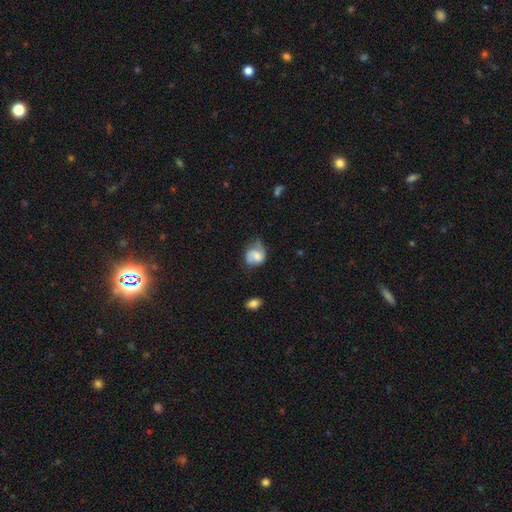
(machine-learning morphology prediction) Smooth or featured?
  - smooth: 48% *
  - featured or disk: 44%
  - star or artifact: 8%
Merging?
  - none: 41% *
  - minor disturbance: 36%
  - major disturbance: 19%
  - merger: 3%